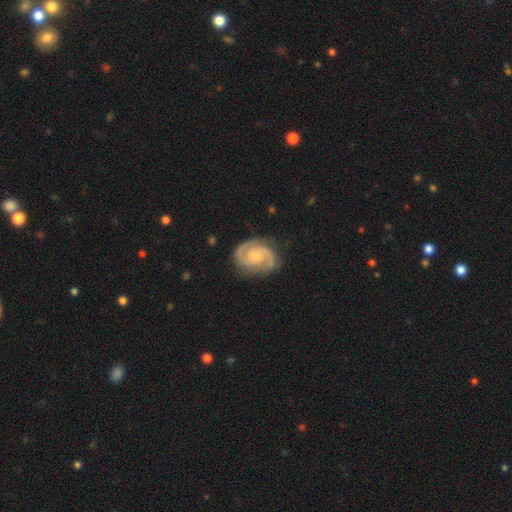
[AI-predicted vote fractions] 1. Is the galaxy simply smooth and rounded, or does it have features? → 90% featured or disk, 6% smooth, 4% star or artifact.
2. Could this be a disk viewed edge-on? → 98% no, 2% yes.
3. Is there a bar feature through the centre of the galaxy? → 62% no, 32% weak, 6% strong.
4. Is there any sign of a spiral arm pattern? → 98% yes, 2% no.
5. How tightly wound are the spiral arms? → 46% medium (tied), 46% tight (tied), 8% loose.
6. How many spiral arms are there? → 92% 2, 2% can't tell, 2% 3, 1% 1, 1% 4, 1% more than 4.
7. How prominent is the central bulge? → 47% small, 43% moderate, 6% none, 3% large, 1% dominant.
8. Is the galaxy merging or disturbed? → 81% none, 14% minor disturbance, 4% major disturbance, 1% merger.